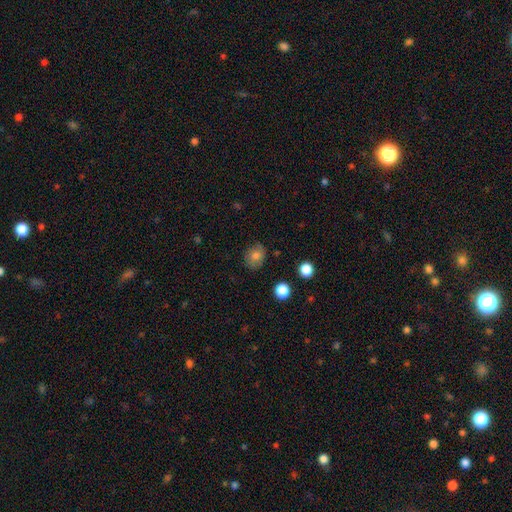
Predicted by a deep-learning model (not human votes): Morphology: type=smooth (78%); roundness=round (58%); merging=none (79%).